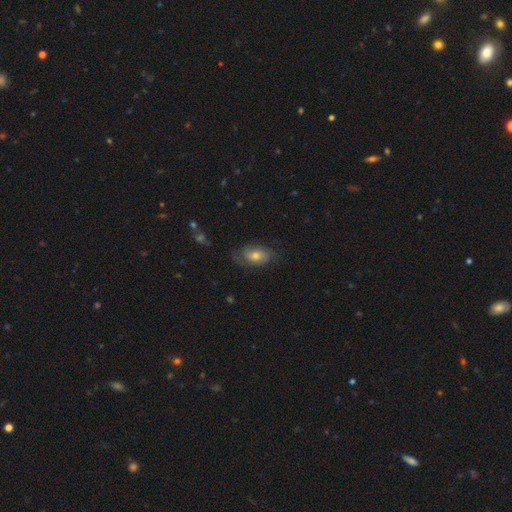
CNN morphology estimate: This is possibly a featured or disk galaxy (49%). Merging: likely none (62%).